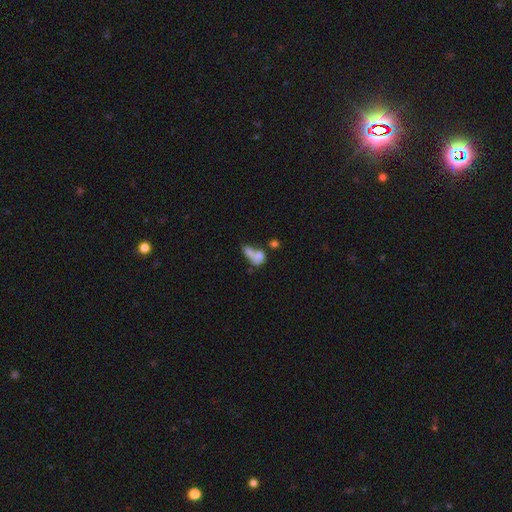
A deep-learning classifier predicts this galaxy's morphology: Overall: smooth (68%). How rounded: in between (68%). Merging: merger (59%).